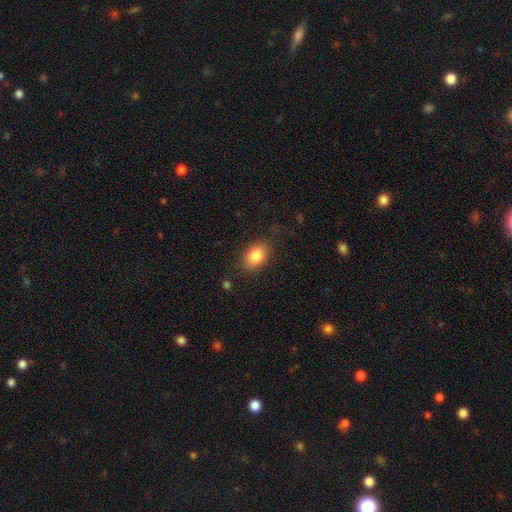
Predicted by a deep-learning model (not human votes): A smooth galaxy with no disk features (84%) that is in between round and cigar-shaped (75%).

Vote fractions:
- Smooth or featured? smooth: 84% / star or artifact: 9% / featured or disk: 8%
- How rounded? in between: 75% / round: 24% / cigar-shaped: 1%
- Merging? none: 81% / minor disturbance: 13% / major disturbance: 4% / merger: 1%